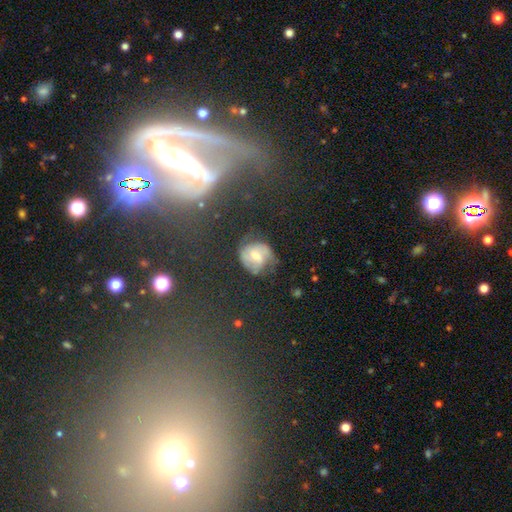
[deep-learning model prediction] Q: Smooth or featured?
A: featured or disk (50%); runner-up: smooth (32%)
Q: Merging?
A: none (56%); runner-up: minor disturbance (26%)